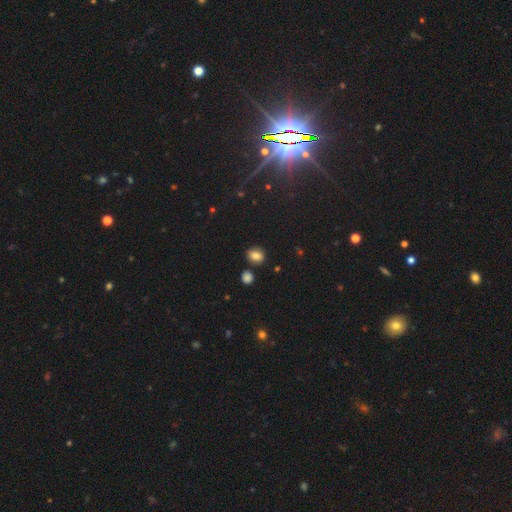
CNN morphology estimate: Smooth or featured? Predicted: smooth (p=0.83). How rounded? Predicted: round (p=0.64). Merging? Predicted: none (p=0.82).